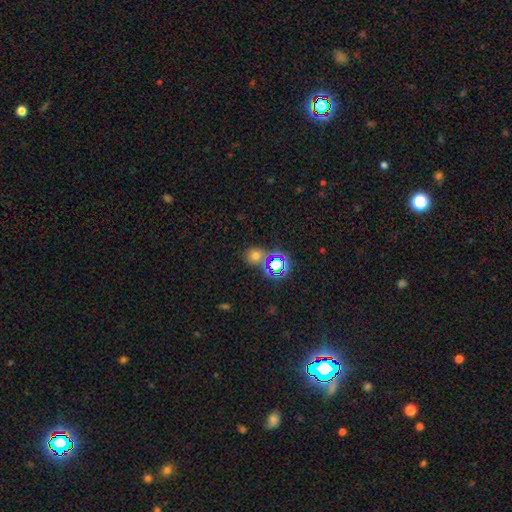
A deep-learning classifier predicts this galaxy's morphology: This is possibly a smooth galaxy (58%). How rounded: likely round (73%). Merging: likely none (64%).